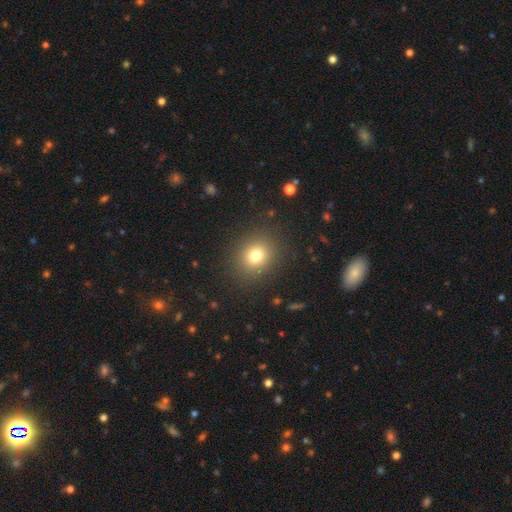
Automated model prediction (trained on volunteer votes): The model was most divided on "how rounded": round: 73%, in between: 26%, cigar-shaped: 1%. More confident: merging — none (88%); smooth or featured — smooth (76%).